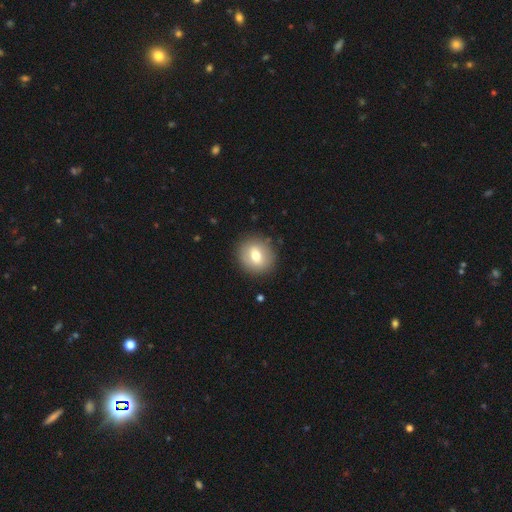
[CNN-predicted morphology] The model was most divided on "smooth or featured": smooth: 70%, featured or disk: 21%, star or artifact: 9%. More confident: merging — none (88%); how rounded — round (82%).